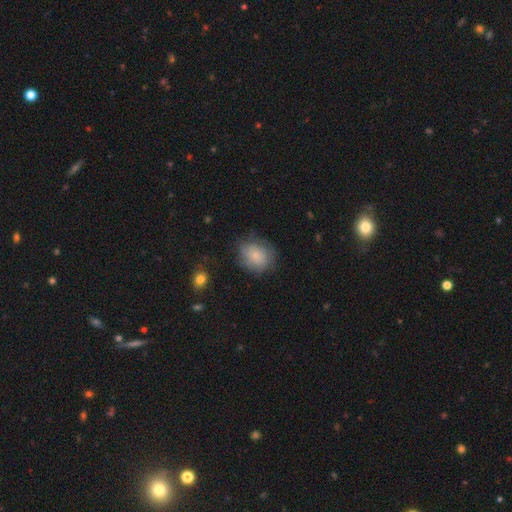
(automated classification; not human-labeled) Smooth or featured? Predicted: smooth (p=0.74). How rounded? Predicted: round (p=0.59). Merging? Predicted: none (p=0.63).